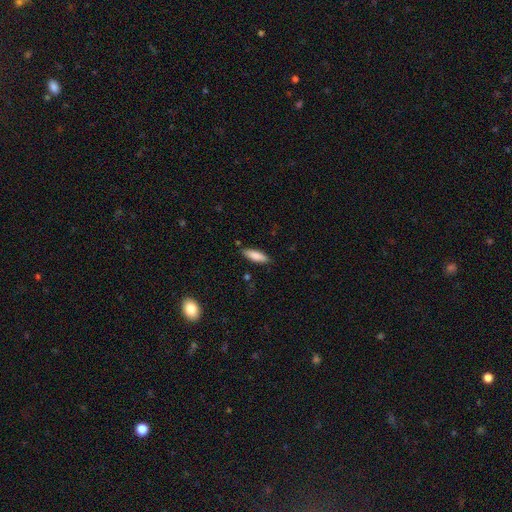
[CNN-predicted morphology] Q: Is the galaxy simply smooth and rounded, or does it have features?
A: smooth — 83%.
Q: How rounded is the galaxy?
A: in between — 50%.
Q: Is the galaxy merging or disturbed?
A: none — 83%.